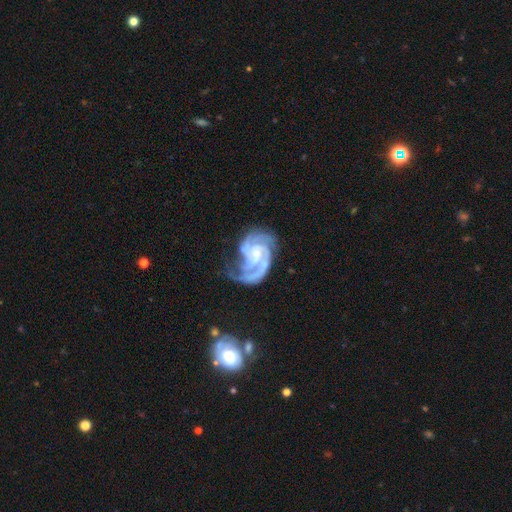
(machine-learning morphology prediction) A featured or disk galaxy (92%) with no bar (52%), 3 (42%) tight (49%) spiral arms (98%) and a small central bulge (70%). Merging: none (51%).